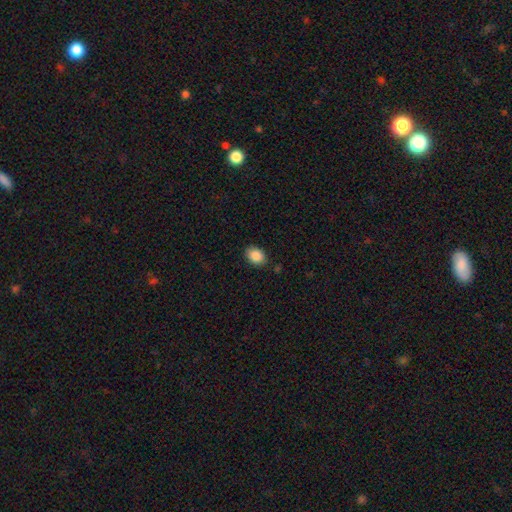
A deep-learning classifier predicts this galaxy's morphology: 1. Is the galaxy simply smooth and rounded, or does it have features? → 88% smooth, 8% star or artifact, 4% featured or disk.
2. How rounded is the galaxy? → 67% in between, 32% round, 1% cigar-shaped.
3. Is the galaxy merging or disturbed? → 86% none, 10% minor disturbance, 3% major disturbance, 2% merger.